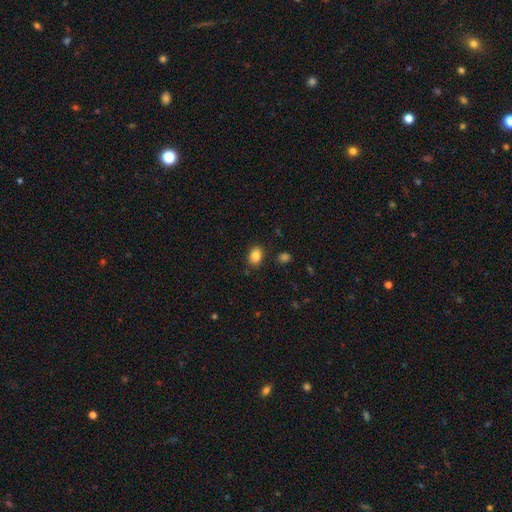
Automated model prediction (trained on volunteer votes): Morphology: type=smooth (85%); roundness=in between (68%); merging=none (85%).